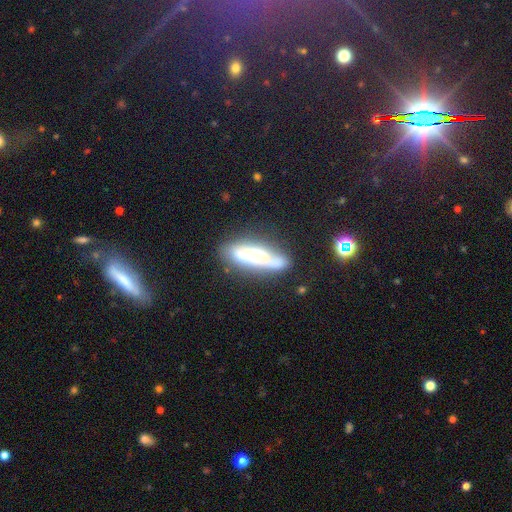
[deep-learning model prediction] Morphology: type=featured or disk (57%); edge-on=no (63%); merging=none (68%).